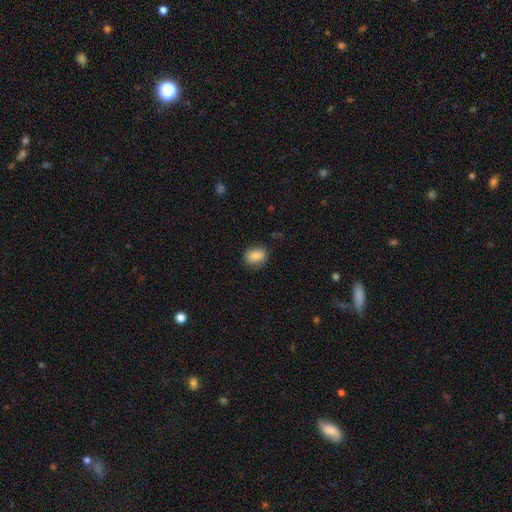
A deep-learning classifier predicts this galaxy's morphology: Smooth or featured? smooth (84%)
How rounded? in between (51%)
Merging? none (83%)